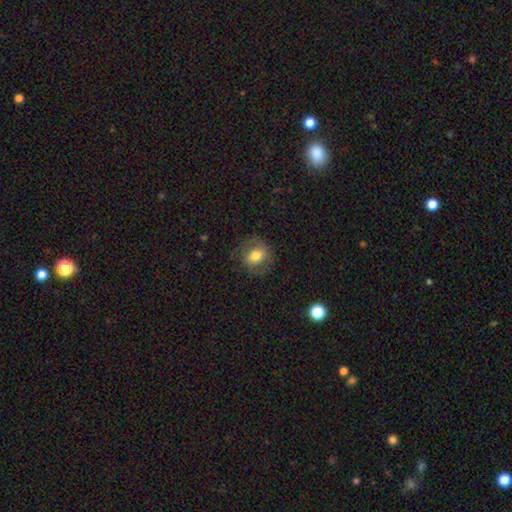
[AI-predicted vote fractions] This is likely a smooth galaxy (63%). How rounded: likely round (75%). Merging: likely none (75%).